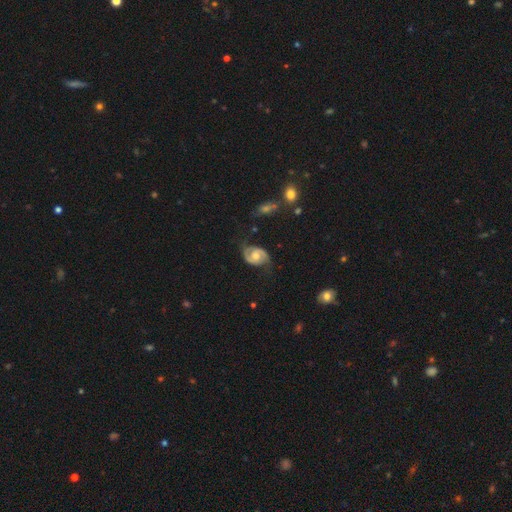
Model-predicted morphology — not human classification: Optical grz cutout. It shows a featured or disk galaxy (84%) with no bar (59%), 2 (92%) medium (50%) spiral arms (96%) and a moderate central bulge (66%). Merging: none (70%).